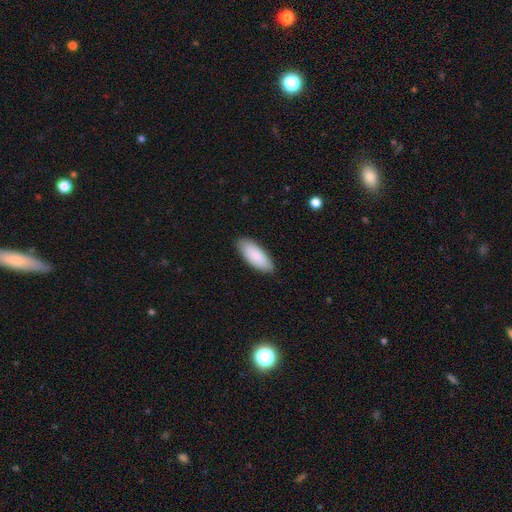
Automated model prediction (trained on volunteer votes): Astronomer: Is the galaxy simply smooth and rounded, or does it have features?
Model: smooth — 88%.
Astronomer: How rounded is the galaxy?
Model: in between — 79%.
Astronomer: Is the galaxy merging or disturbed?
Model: none — 86%.